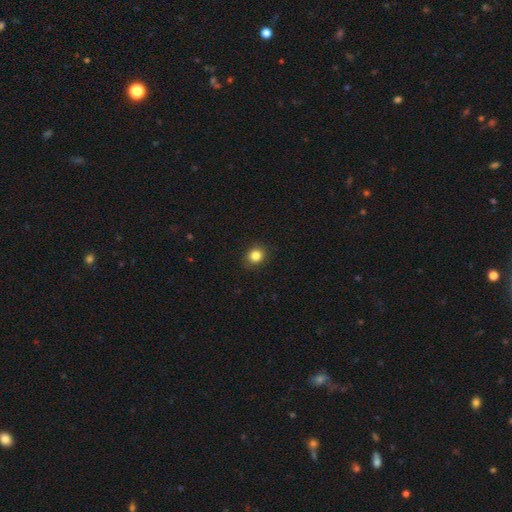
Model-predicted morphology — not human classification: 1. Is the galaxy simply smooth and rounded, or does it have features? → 84% smooth, 11% star or artifact, 5% featured or disk.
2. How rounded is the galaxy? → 77% round, 23% in between, 1% cigar-shaped.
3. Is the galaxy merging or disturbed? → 89% none, 8% minor disturbance, 2% major disturbance, 1% merger.